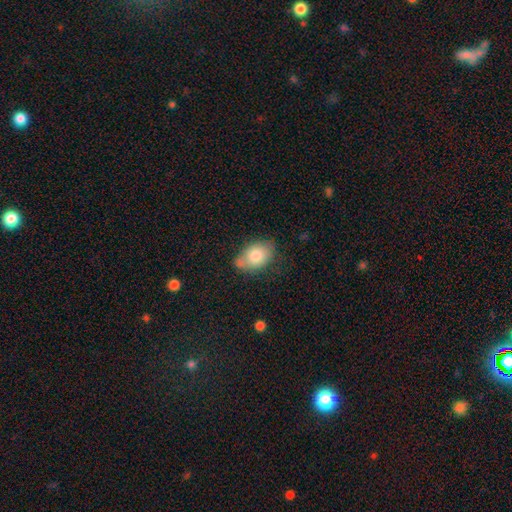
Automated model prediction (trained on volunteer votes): A smooth galaxy with no disk features (78%) that is in between round and cigar-shaped (84%).

Vote fractions:
- Smooth or featured? smooth: 78% / featured or disk: 15% / star or artifact: 7%
- How rounded? in between: 84% / round: 15% / cigar-shaped: 1%
- Merging? none: 58% / minor disturbance: 27% / merger: 8% / major disturbance: 6%